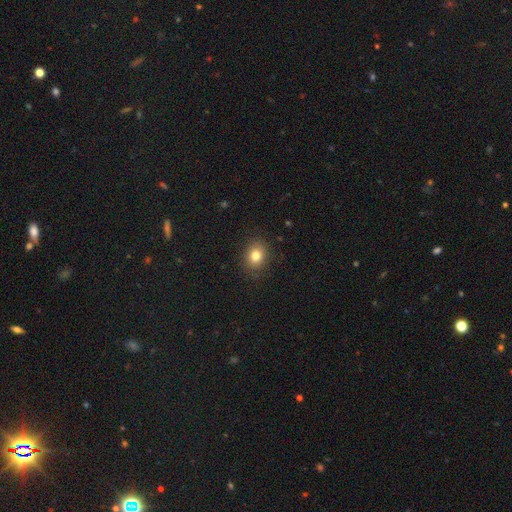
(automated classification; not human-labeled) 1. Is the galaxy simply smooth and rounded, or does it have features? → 80% smooth, 12% star or artifact, 8% featured or disk.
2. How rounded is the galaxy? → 53% round, 47% in between, 1% cigar-shaped.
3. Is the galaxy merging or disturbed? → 88% none, 9% minor disturbance, 3% major disturbance, 1% merger.